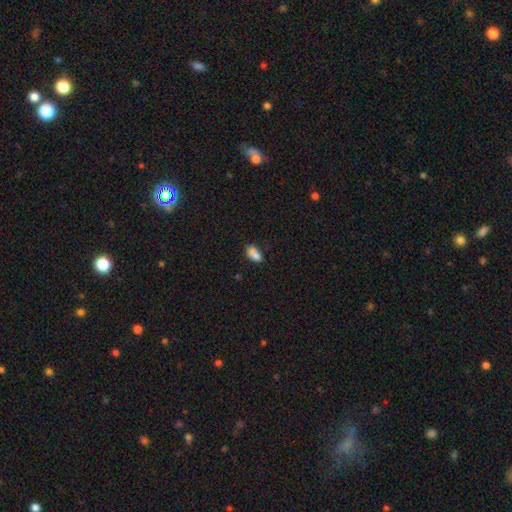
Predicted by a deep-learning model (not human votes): smooth_or_featured: smooth (p=0.77) [alt: featured or disk p=0.12]
how_rounded: in between (p=0.85) [alt: round p=0.12]
merging: none (p=0.42) [alt: merger p=0.29]